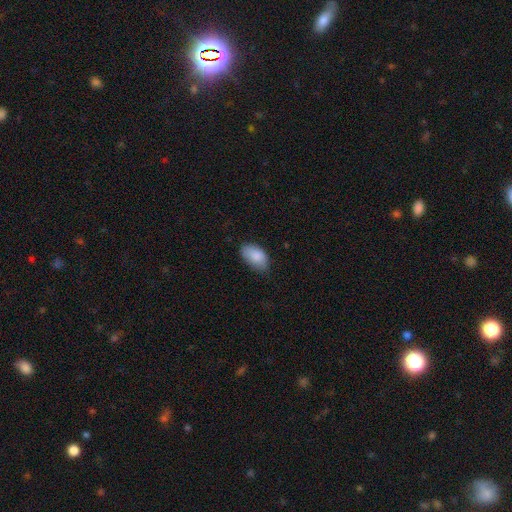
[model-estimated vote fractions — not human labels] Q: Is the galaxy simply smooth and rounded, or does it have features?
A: smooth — 88%.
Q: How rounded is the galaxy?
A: in between — 94%.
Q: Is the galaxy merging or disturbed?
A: none — 71%.